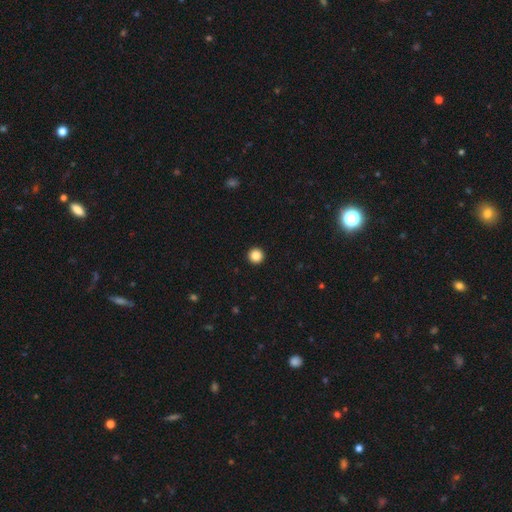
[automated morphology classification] smooth 86%, star or artifact 10%, featured or disk 4%. Down the decision tree: how rounded — round (97%); merging — none (95%).